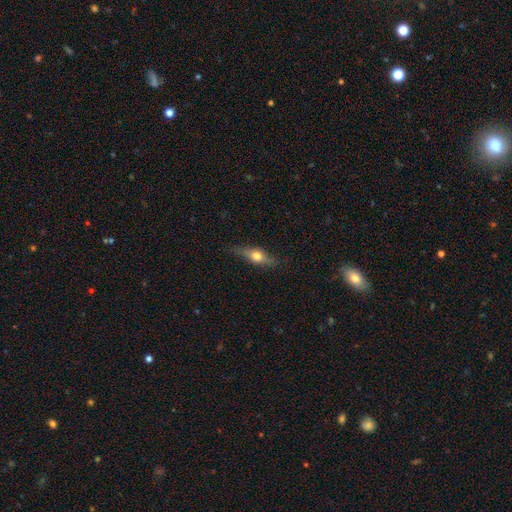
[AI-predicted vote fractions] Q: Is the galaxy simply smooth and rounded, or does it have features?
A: featured or disk — 47%.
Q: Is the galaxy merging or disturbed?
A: none — 78%.